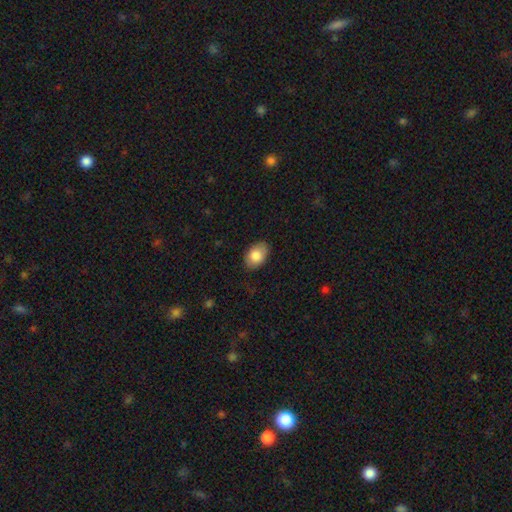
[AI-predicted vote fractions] Smooth or featured?
  - smooth: 83% *
  - featured or disk: 10%
  - star or artifact: 7%
How rounded?
  - in between: 86% *
  - round: 13%
  - cigar-shaped: 1%
Merging?
  - none: 83% *
  - minor disturbance: 14%
  - major disturbance: 3%
  - merger: 1%